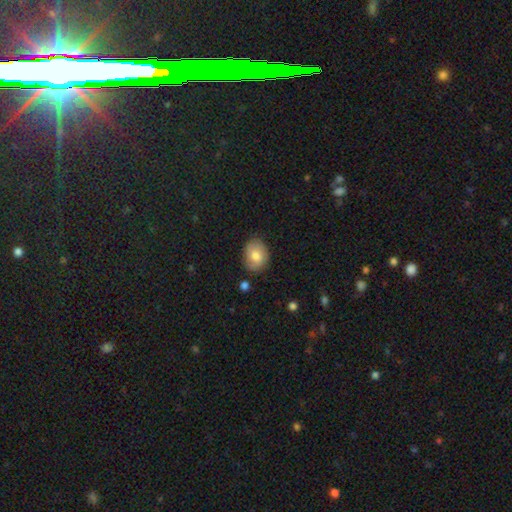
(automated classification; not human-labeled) The model was most divided on "how rounded": in between: 60%, round: 39%, cigar-shaped: 1%. More confident: merging — none (77%); smooth or featured — smooth (76%).